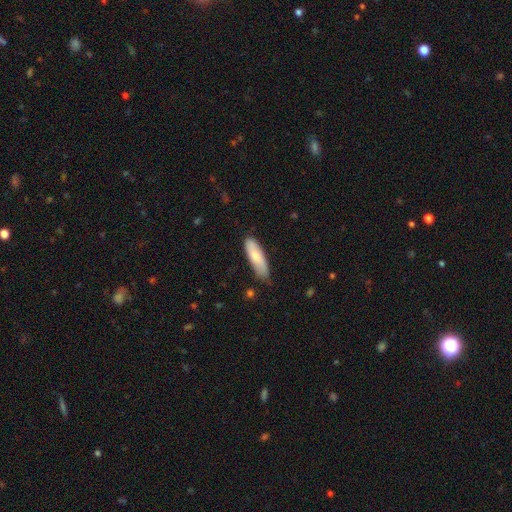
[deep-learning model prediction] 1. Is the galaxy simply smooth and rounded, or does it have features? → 78% smooth, 17% featured or disk, 6% star or artifact.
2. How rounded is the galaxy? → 52% cigar-shaped, 46% in between, 2% round.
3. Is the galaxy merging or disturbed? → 73% none, 23% minor disturbance, 3% major disturbance, 2% merger.